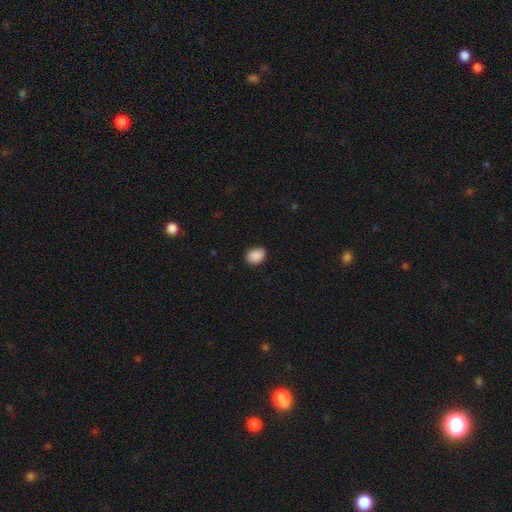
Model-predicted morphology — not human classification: Smooth or featured?
  - smooth: 90% *
  - star or artifact: 8%
  - featured or disk: 3%
How rounded?
  - in between: 62% *
  - round: 37%
  - cigar-shaped: 1%
Merging?
  - none: 87% *
  - minor disturbance: 10%
  - major disturbance: 2%
  - merger: 1%